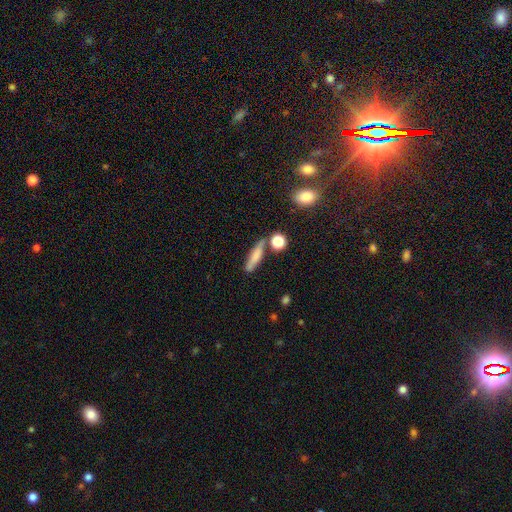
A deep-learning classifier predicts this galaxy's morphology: type=smooth (70%); roundness=cigar-shaped (73%); merging=none (66%).